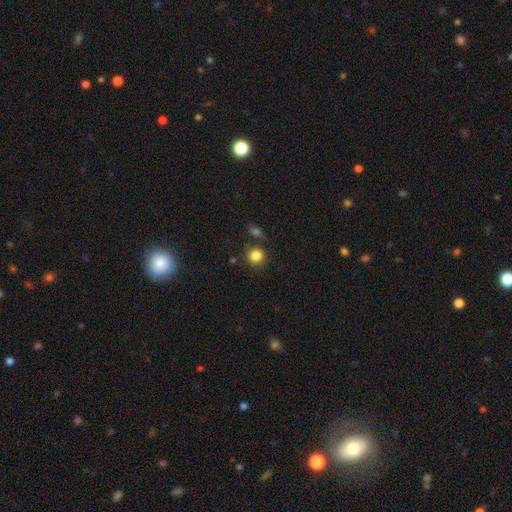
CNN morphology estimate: Smooth or featured? Predicted: smooth (p=0.84). How rounded? Predicted: round (p=0.91). Merging? Predicted: none (p=0.78).